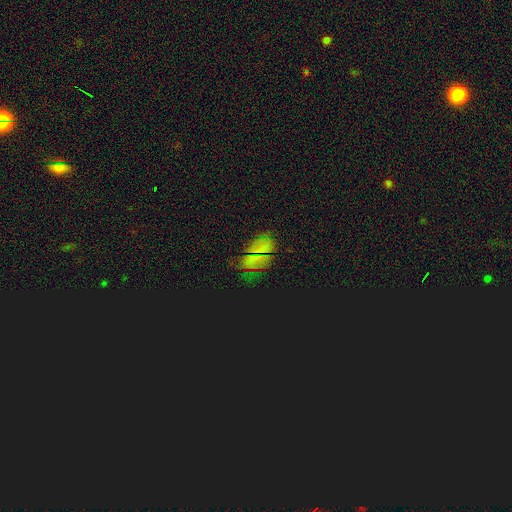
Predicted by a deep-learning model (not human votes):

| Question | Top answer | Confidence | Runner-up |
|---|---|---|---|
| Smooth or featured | star or artifact | 55% | smooth (30%) |